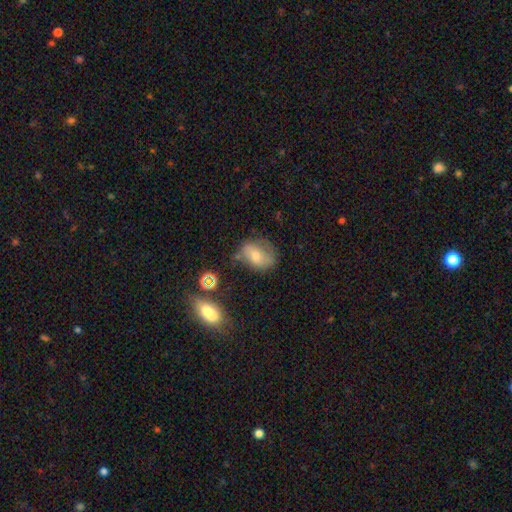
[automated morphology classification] This is possibly a smooth galaxy (59%). How rounded: likely in between (70%). Merging: possibly none (53%).